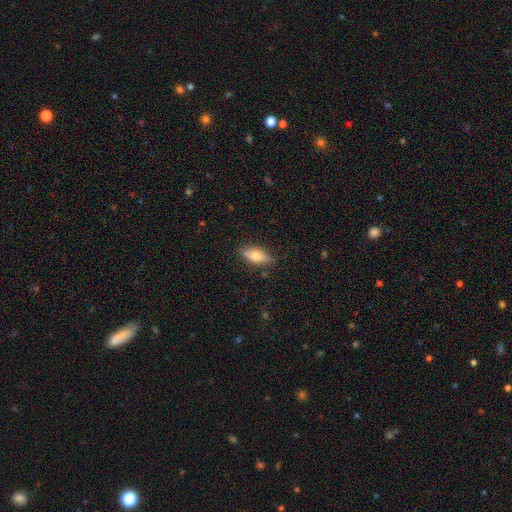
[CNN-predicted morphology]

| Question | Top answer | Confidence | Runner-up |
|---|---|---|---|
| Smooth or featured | smooth | 70% | featured or disk (23%) |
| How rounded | in between | 76% | cigar-shaped (21%) |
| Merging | none | 82% | minor disturbance (13%) |